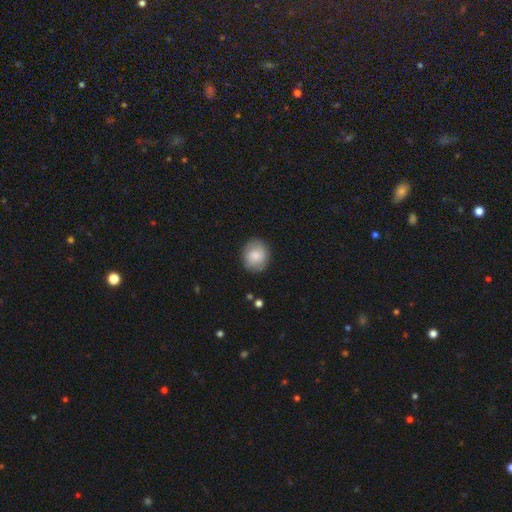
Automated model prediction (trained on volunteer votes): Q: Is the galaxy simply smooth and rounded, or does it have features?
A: smooth — 80%.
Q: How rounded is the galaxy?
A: round — 83%.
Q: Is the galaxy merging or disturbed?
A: none — 85%.